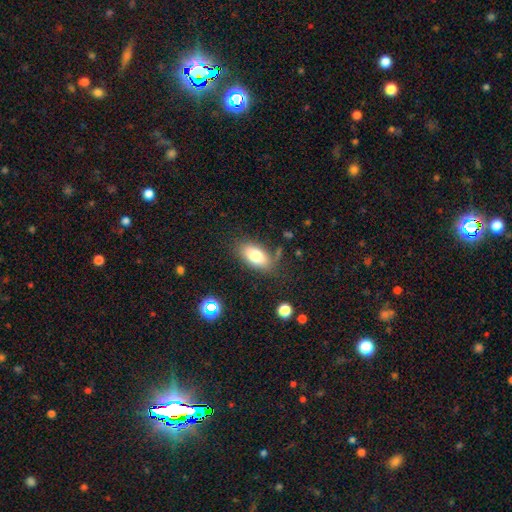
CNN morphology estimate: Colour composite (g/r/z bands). It shows a smooth galaxy with no disk features (78%) that is in between round and cigar-shaped (91%). Merging: none (74%).